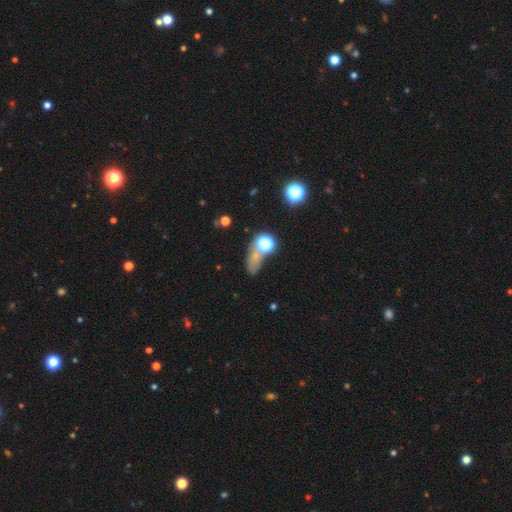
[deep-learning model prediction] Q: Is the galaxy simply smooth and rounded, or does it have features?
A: smooth — 54%.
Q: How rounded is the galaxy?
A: in between — 55%.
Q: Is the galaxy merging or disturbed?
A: none — 44%.